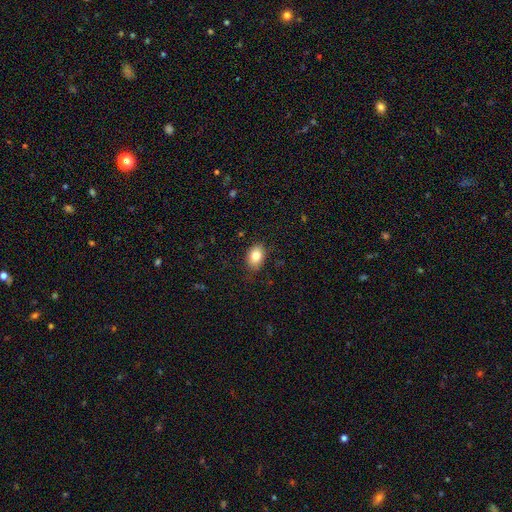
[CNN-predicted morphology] Smooth or featured?
  - smooth: 82% *
  - featured or disk: 9%
  - star or artifact: 9%
How rounded?
  - in between: 79% *
  - round: 20%
  - cigar-shaped: 1%
Merging?
  - none: 82% *
  - minor disturbance: 14%
  - major disturbance: 3%
  - merger: 1%